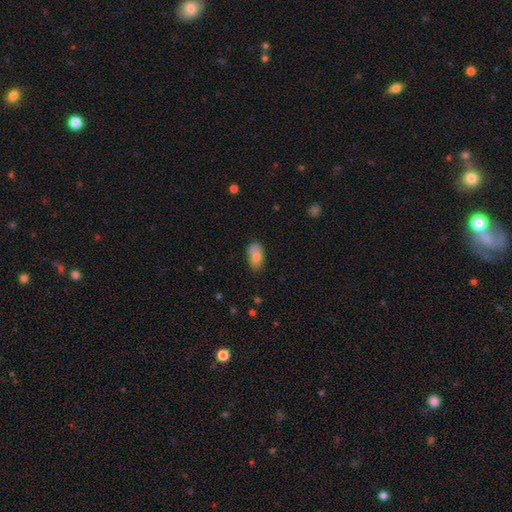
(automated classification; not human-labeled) Smooth or featured: smooth — 79% (featured or disk — 12%)
How rounded: in between — 91% (round — 6%)
Merging: none — 62% (minor disturbance — 26%)